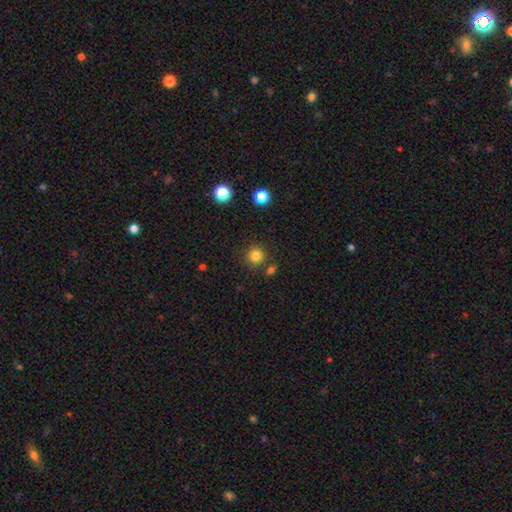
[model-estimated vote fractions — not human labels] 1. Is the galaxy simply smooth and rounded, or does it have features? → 83% smooth, 13% star or artifact, 5% featured or disk.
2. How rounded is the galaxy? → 94% round, 5% in between, 1% cigar-shaped.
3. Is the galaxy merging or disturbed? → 83% none, 7% minor disturbance, 7% merger, 3% major disturbance.